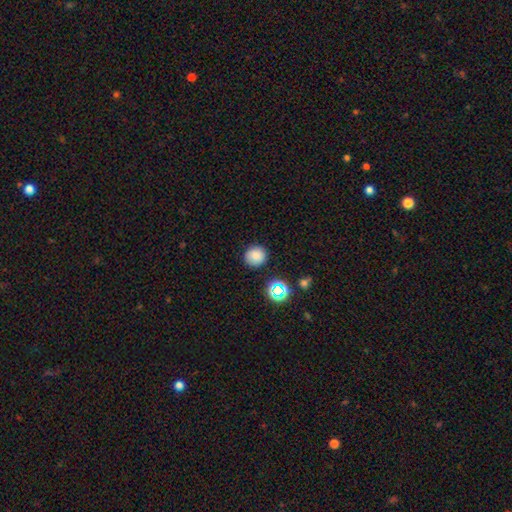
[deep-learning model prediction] smooth 81%, star or artifact 14%, featured or disk 5%. Down the decision tree: how rounded — round (89%); merging — none (88%).